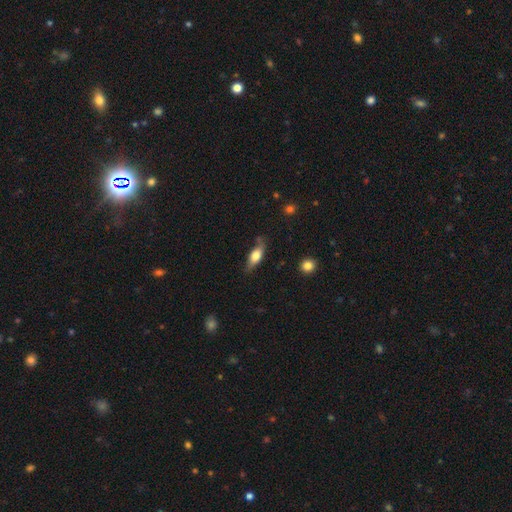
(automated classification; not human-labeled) smooth_or_featured: smooth (p=0.66) [alt: featured or disk p=0.27]
how_rounded: in between (p=0.70) [alt: cigar-shaped p=0.26]
merging: none (p=0.66) [alt: minor disturbance p=0.25]